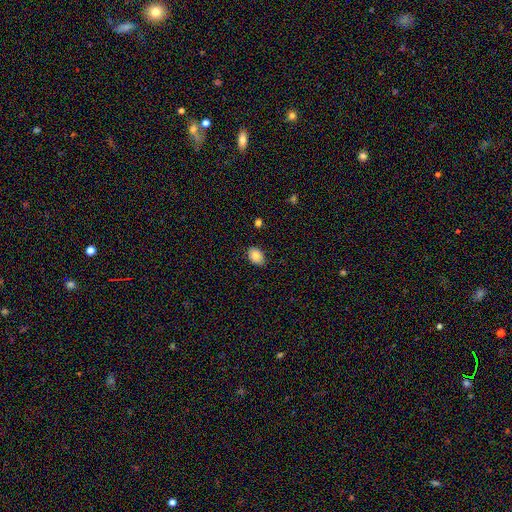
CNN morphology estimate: This appears to be a smooth galaxy with no disk features (83%) that is in between round and cigar-shaped (78%). Merging: none (83%).